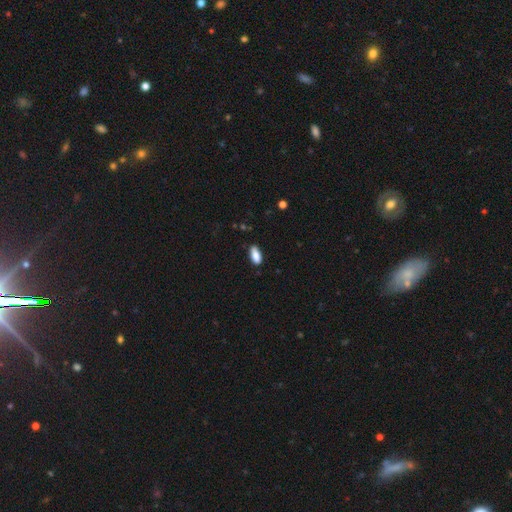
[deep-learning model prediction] Morphology: type=smooth (87%); roundness=in between (87%); merging=none (81%).